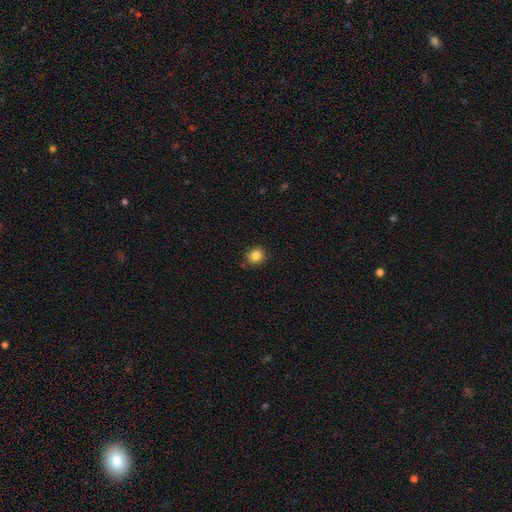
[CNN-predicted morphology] Q: Smooth or featured?
A: smooth (84%); runner-up: star or artifact (11%)
Q: How rounded?
A: round (86%); runner-up: in between (13%)
Q: Merging?
A: none (87%); runner-up: minor disturbance (10%)